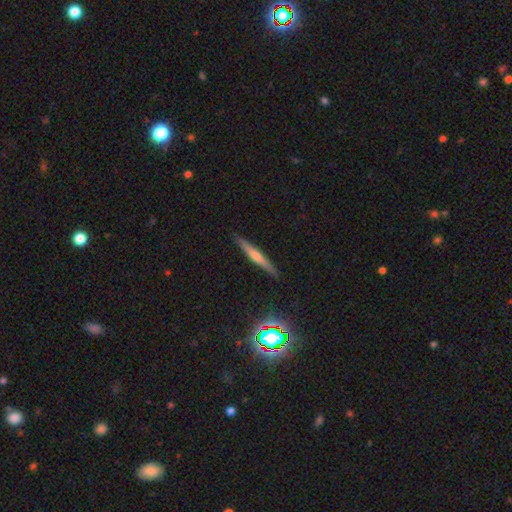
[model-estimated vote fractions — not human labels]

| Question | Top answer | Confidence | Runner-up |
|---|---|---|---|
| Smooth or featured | featured or disk | 57% | smooth (32%) |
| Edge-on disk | yes | 97% | no (3%) |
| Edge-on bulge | rounded | 75% | none (17%) |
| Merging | none | 90% | minor disturbance (7%) |